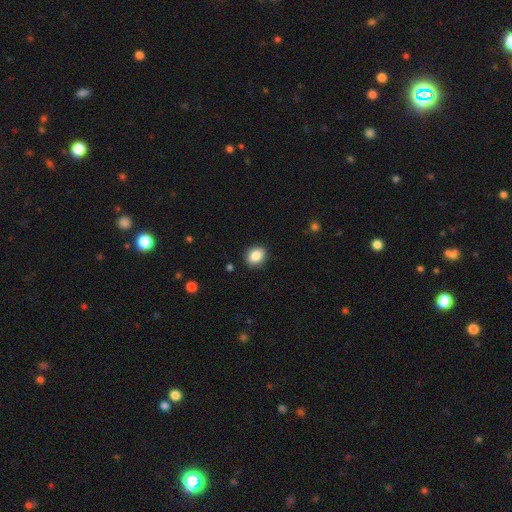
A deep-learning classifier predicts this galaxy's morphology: This appears to be a smooth galaxy with no disk features (86%) that is in between round and cigar-shaped (52%). Merging: none (89%).